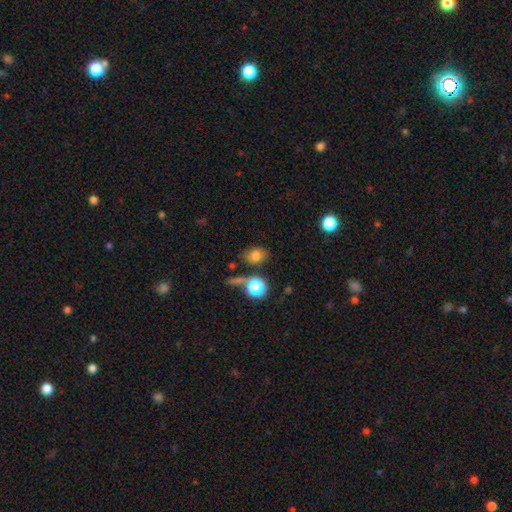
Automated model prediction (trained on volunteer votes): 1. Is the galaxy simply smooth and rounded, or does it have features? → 75% smooth, 16% star or artifact, 10% featured or disk.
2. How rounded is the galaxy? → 67% in between, 31% round, 2% cigar-shaped.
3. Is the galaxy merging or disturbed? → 70% none, 14% minor disturbance, 10% merger, 6% major disturbance.